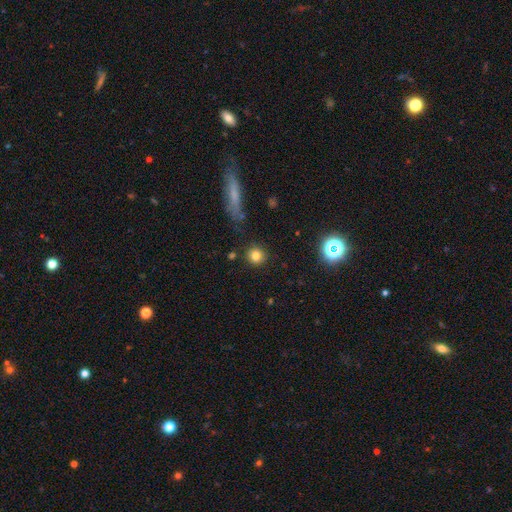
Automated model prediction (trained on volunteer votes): Smooth or featured? Predicted: smooth (p=0.80). How rounded? Predicted: round (p=0.92). Merging? Predicted: none (p=0.86).